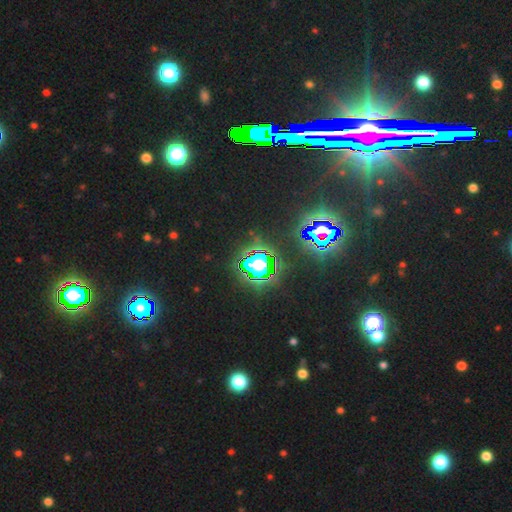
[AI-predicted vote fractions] Smooth or featured: star or artifact — 84% (smooth — 9%)